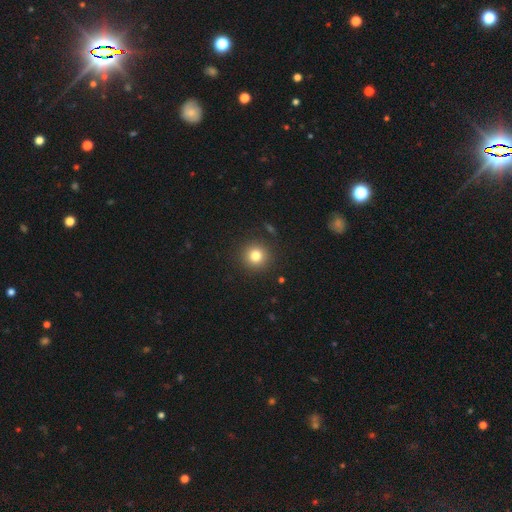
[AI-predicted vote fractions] Smooth or featured? Predicted: smooth (p=0.80). How rounded? Predicted: round (p=0.95). Merging? Predicted: none (p=0.90).